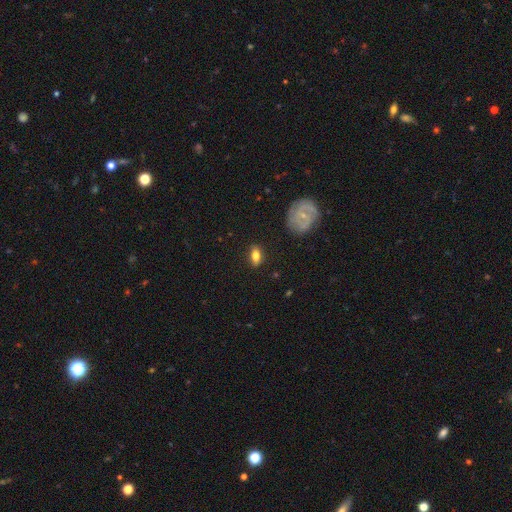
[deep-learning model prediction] smooth-or-featured: smooth: 67% | featured or disk: 24% | star or artifact: 9%
  how-rounded: in between: 83% | round: 9% | cigar-shaped: 8%
  merging: none: 84% | minor disturbance: 11% | major disturbance: 3% | merger: 2%